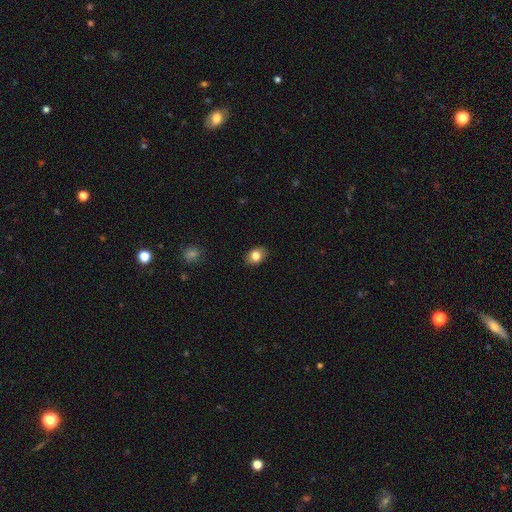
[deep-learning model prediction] smooth_or_featured: smooth (p=0.82) [alt: star or artifact p=0.09]
how_rounded: in between (p=0.68) [alt: round p=0.31]
merging: none (p=0.87) [alt: minor disturbance p=0.10]